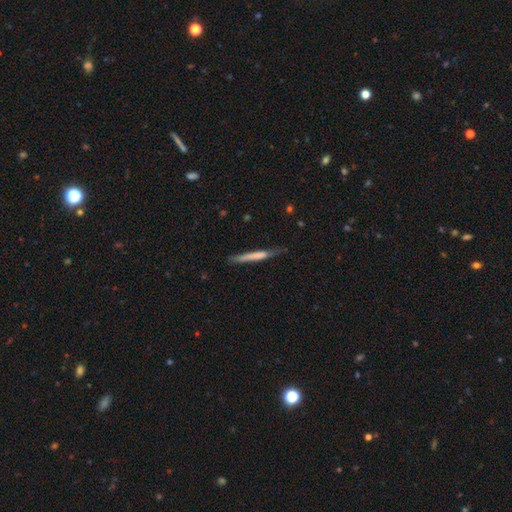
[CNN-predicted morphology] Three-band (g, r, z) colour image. It shows a smooth galaxy with no disk features (63%) that is cigar-shaped (96%). Merging: none (73%).